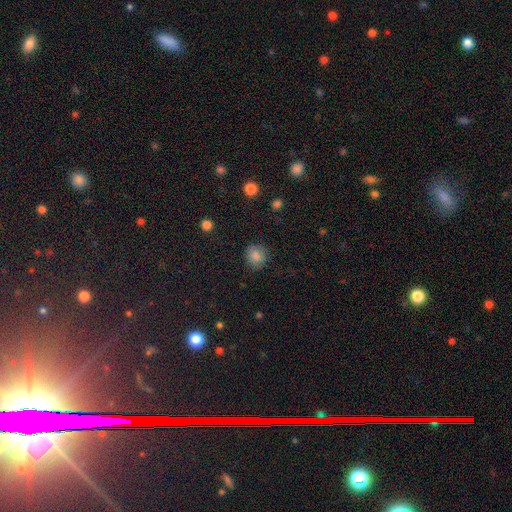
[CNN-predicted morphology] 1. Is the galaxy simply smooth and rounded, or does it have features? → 84% smooth, 10% star or artifact, 6% featured or disk.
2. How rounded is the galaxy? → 81% round, 18% in between, 1% cigar-shaped.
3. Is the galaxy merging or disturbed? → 82% none, 13% minor disturbance, 4% major disturbance, 1% merger.